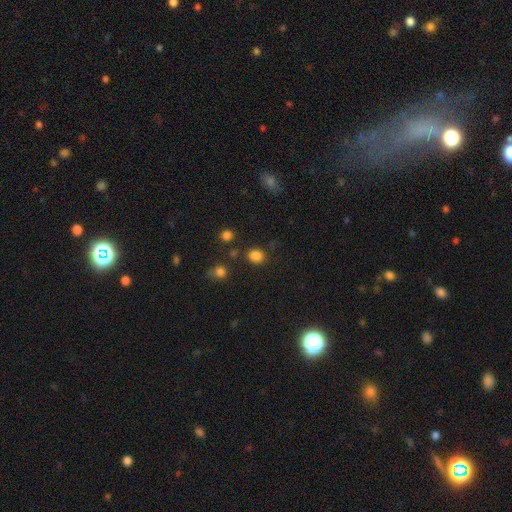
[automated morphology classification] A smooth galaxy with no disk features (81%) that is round (65%).

Vote fractions:
- Smooth or featured? smooth: 81% / star or artifact: 15% / featured or disk: 4%
- How rounded? round: 65% / in between: 34% / cigar-shaped: 1%
- Merging? none: 77% / minor disturbance: 12% / merger: 5% / major disturbance: 5%